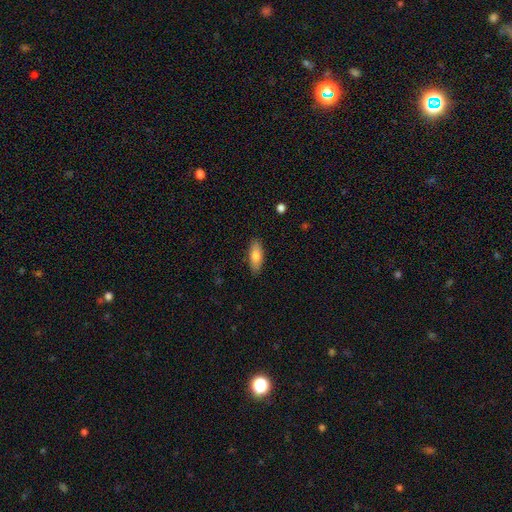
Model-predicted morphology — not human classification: type=smooth (78%); roundness=in between (74%); merging=none (87%).